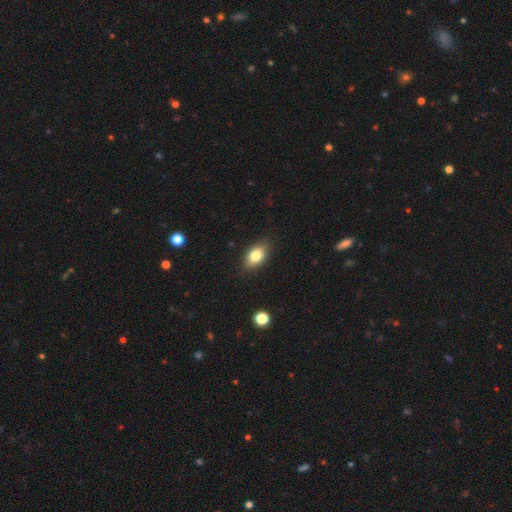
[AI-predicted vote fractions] This is likely a smooth galaxy (79%). How rounded: clearly in between (86%). Merging: clearly none (84%).